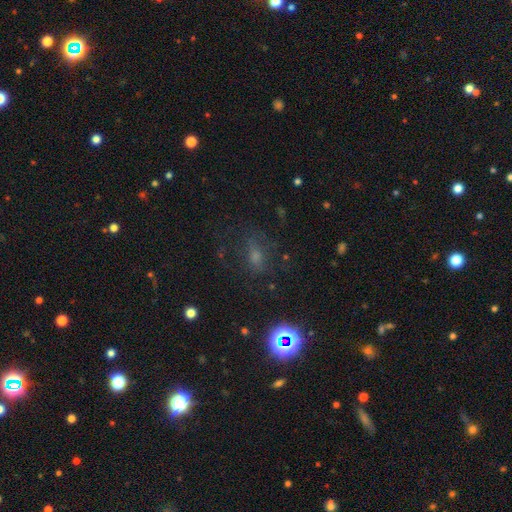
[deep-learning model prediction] Smooth or featured?
  - smooth: 44% *
  - star or artifact: 34%
  - featured or disk: 22%
Merging?
  - none: 62% *
  - minor disturbance: 19%
  - major disturbance: 16%
  - merger: 3%